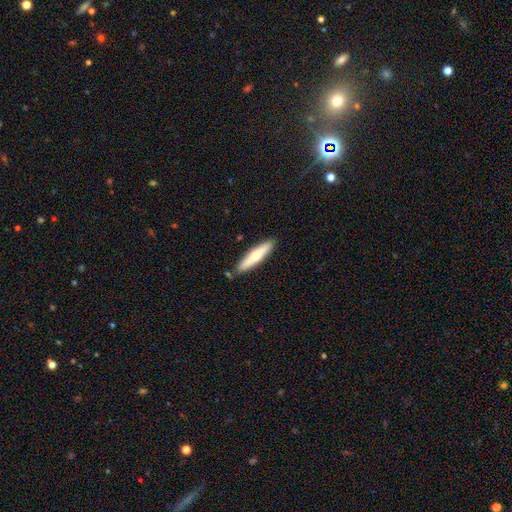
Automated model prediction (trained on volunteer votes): Morphology: type=smooth (51%); roundness=cigar-shaped (83%); merging=none (85%).